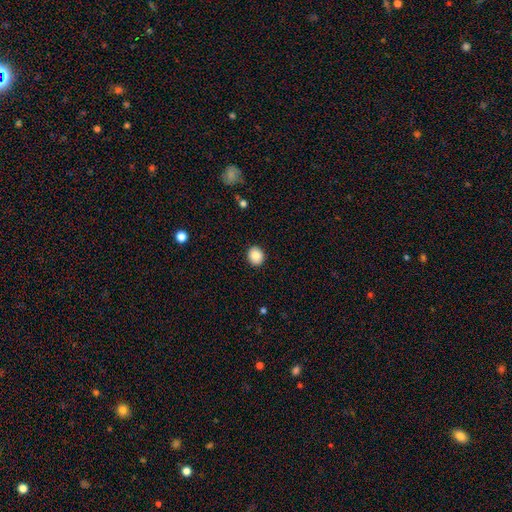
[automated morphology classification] The model was most divided on "how rounded": round: 78%, in between: 21%, cigar-shaped: 1%. More confident: merging — none (91%); smooth or featured — smooth (86%).